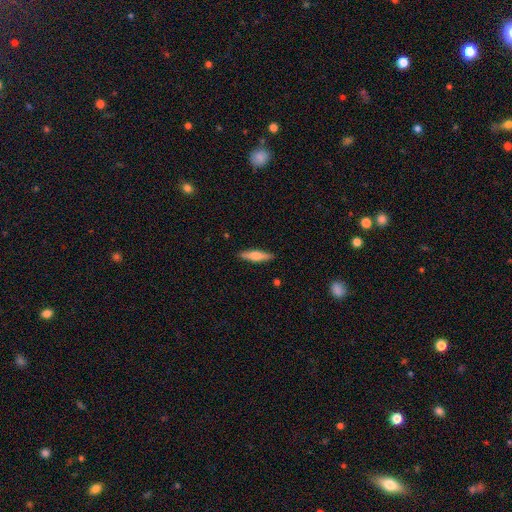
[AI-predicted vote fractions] This is possibly a smooth galaxy (55%). How rounded: likely cigar-shaped (73%). Merging: clearly none (89%).